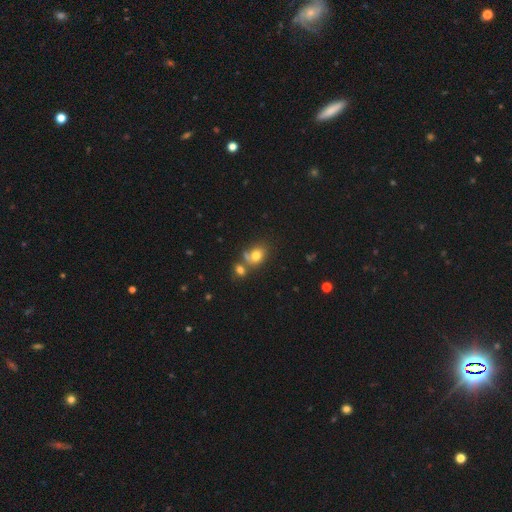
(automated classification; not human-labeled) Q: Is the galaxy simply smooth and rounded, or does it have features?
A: smooth — 76%.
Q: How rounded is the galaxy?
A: in between — 50%.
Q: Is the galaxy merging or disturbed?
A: none — 44%.